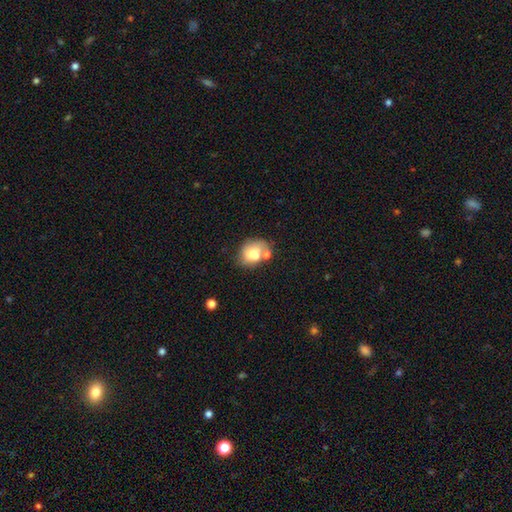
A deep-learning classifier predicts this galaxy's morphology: type=smooth (71%); roundness=in between (57%); merging=none (43%).